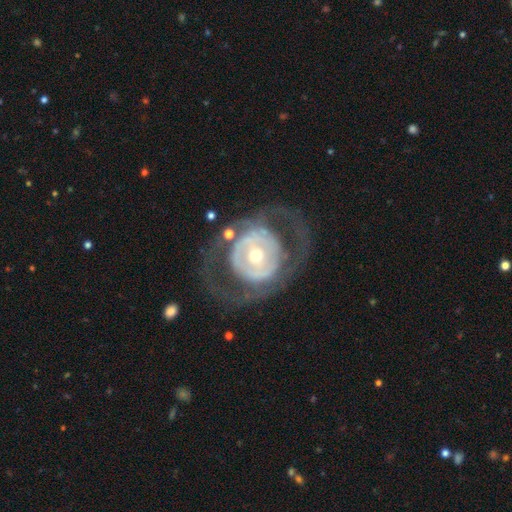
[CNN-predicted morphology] Smooth or featured? featured or disk (74%)
Edge-on disk? no (95%)
Bar? no (68%)
Spiral arms? no (63%)
Bulge size? moderate (47%)
Merging? none (65%)